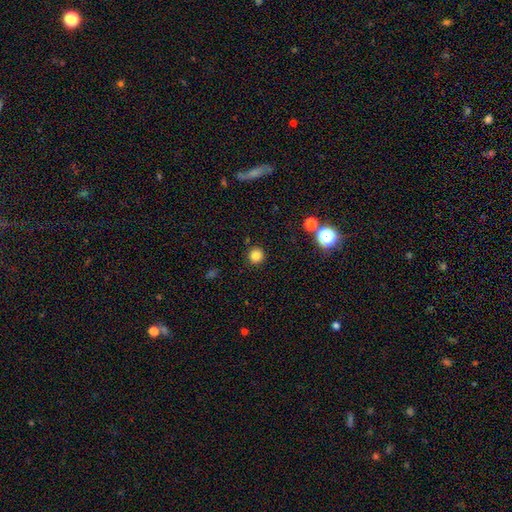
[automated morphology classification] smooth 83%, star or artifact 13%, featured or disk 4%. Down the decision tree: how rounded — round (93%); merging — none (90%).